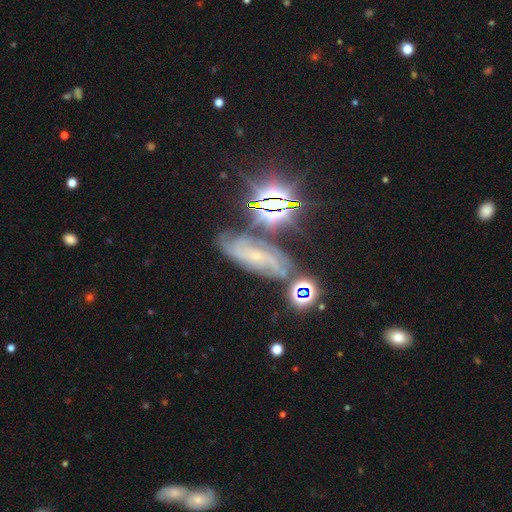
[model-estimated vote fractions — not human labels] Smooth or featured? Predicted: featured or disk (p=0.63). Edge-on disk? Predicted: no (p=0.90). Bar? Predicted: no (p=0.53). Spiral arms? Predicted: yes (p=0.95). Spiral winding? Predicted: tight (p=0.56). Spiral arm count? Predicted: 2 (p=0.31). Bulge size? Predicted: small (p=0.81). Merging? Predicted: none (p=0.67).